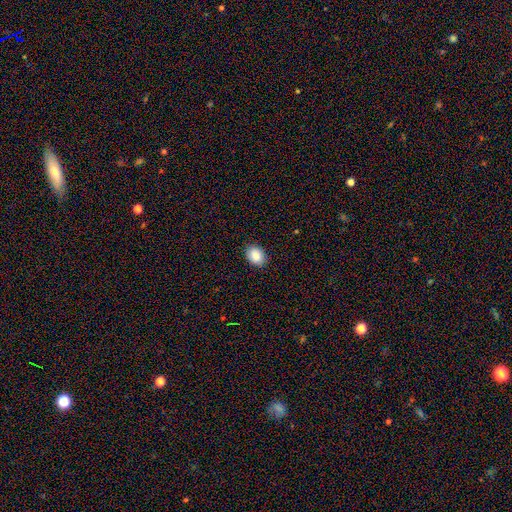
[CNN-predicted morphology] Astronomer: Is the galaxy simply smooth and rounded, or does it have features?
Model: smooth — 88%.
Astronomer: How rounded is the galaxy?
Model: in between — 69%.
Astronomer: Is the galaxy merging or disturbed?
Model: none — 90%.